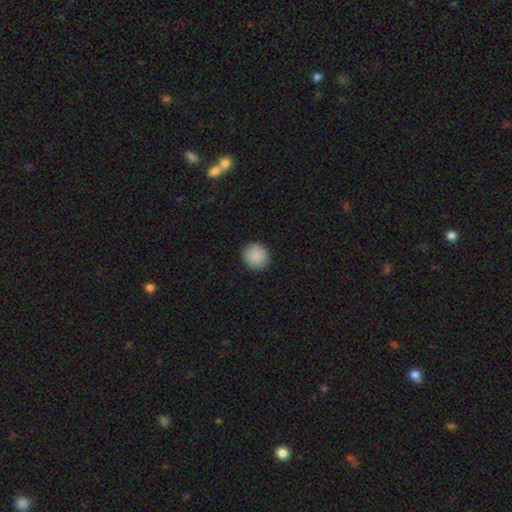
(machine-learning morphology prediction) Smooth or featured? smooth (89%)
How rounded? round (87%)
Merging? none (89%)